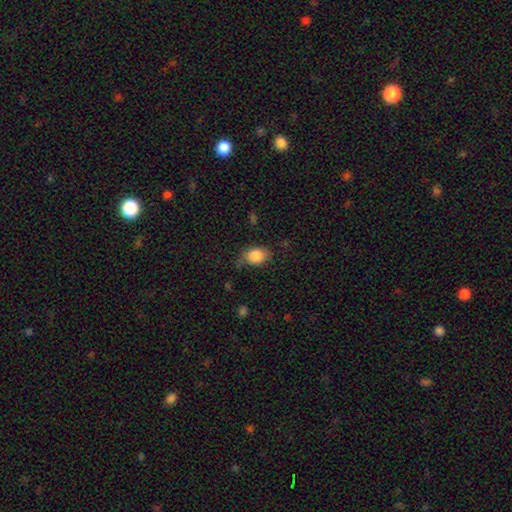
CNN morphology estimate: Smooth or featured: smooth — 85% (star or artifact — 8%)
How rounded: in between — 69% (round — 30%)
Merging: none — 59% (minor disturbance — 29%)